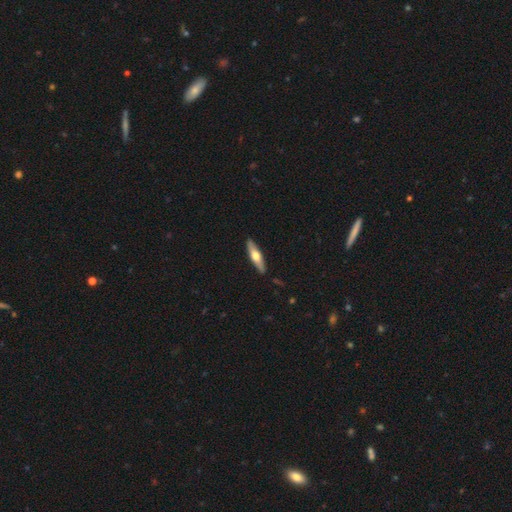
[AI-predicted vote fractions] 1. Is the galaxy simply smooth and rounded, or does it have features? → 48% featured or disk, 47% smooth, 5% star or artifact.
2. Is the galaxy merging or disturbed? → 90% none, 8% minor disturbance, 1% major disturbance, 1% merger.